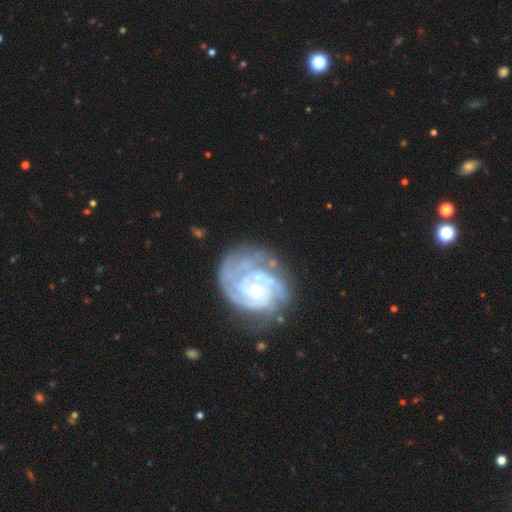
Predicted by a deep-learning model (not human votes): smooth_or_featured: featured or disk (p=0.87) [alt: smooth p=0.08]
disk_edge_on: no (p=0.98) [alt: yes p=0.02]
bar: no (p=0.69) [alt: weak p=0.25]
has_spiral_arms: yes (p=0.94) [alt: no p=0.06]
spiral_winding: tight (p=0.66) [alt: medium p=0.28]
spiral_arm_count: 3 (p=0.28) [alt: can't tell p=0.25]
bulge_size: moderate (p=0.46) [alt: small p=0.45]
merging: none (p=0.55) [alt: minor disturbance p=0.22]